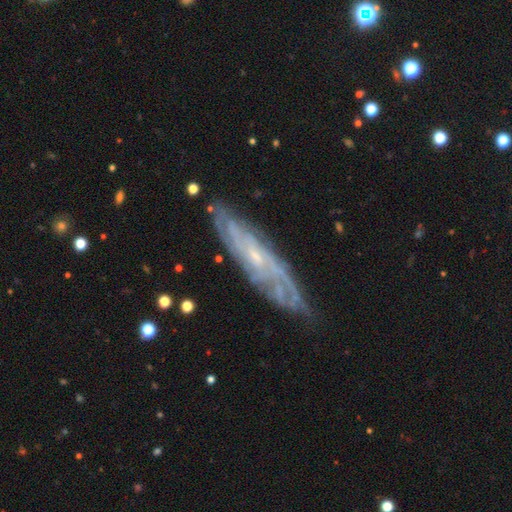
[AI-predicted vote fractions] smooth-or-featured: featured or disk: 81% | smooth: 13% | star or artifact: 7%
  disk-edge-on: no: 71% | yes: 29%
    bar: no: 66% | weak: 28% | strong: 6%
    has-spiral-arms: yes: 92% | no: 8%
      spiral-winding: tight: 63% | medium: 29% | loose: 8%
      spiral-arm-count: can't tell: 51% | 2: 14% | 3: 12% | 4: 12% | more than 4: 6% | 1: 5%
    bulge-size: small: 77% | moderate: 17% | none: 4% | large: 1% | dominant: 1%
  merging: none: 78% | minor disturbance: 17% | major disturbance: 4% | merger: 2%